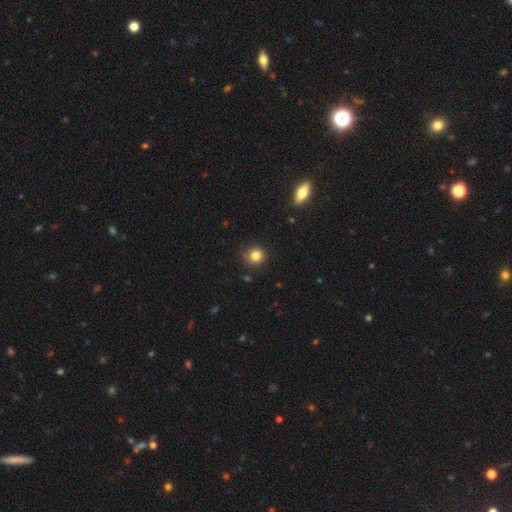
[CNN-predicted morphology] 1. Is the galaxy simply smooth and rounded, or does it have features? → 83% smooth, 12% star or artifact, 6% featured or disk.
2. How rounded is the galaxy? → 89% round, 10% in between, 1% cigar-shaped.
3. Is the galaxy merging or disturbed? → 82% none, 14% minor disturbance, 3% major disturbance, 2% merger.